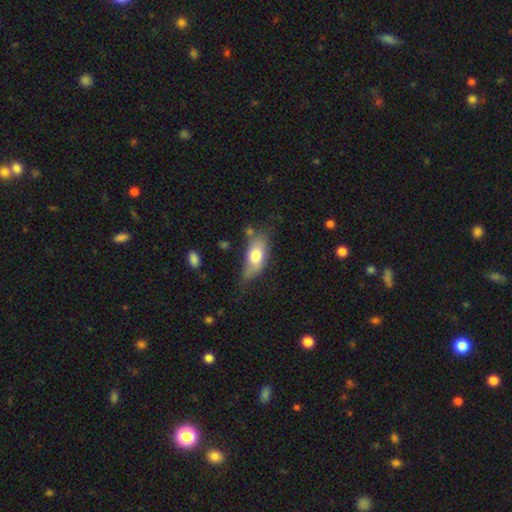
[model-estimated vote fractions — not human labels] Morphology: type=smooth (70%); roundness=in between (83%); merging=none (46%).